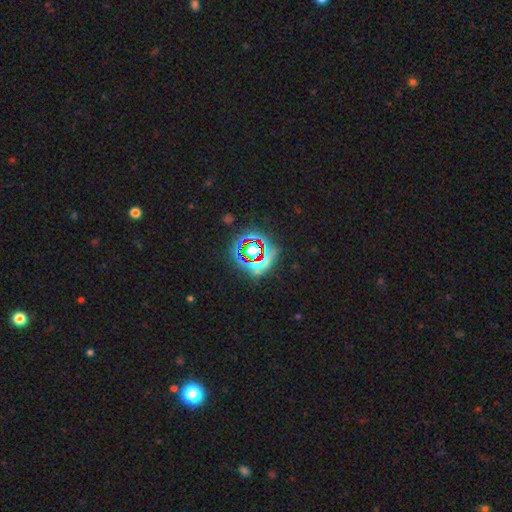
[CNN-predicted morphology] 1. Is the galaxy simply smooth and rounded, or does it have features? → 70% star or artifact, 18% smooth, 12% featured or disk.